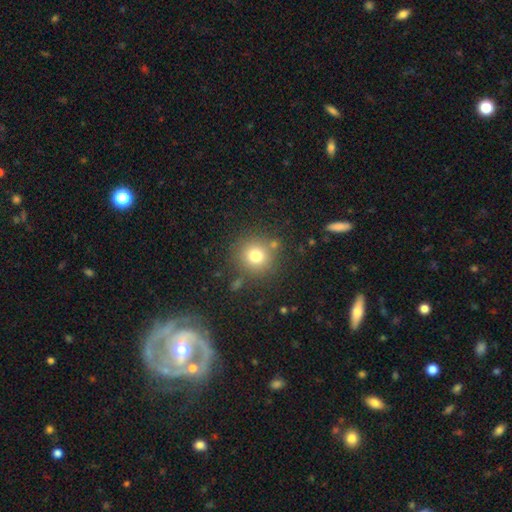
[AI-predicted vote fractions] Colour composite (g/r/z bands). It shows a smooth galaxy with no disk features (76%) that is round (93%). Merging: none (82%).